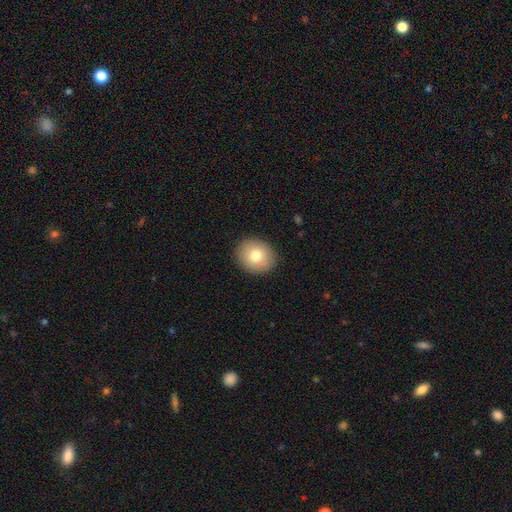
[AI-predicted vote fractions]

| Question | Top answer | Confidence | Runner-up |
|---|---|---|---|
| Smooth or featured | smooth | 78% | featured or disk (14%) |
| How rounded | round | 65% | in between (34%) |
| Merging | none | 89% | minor disturbance (8%) |